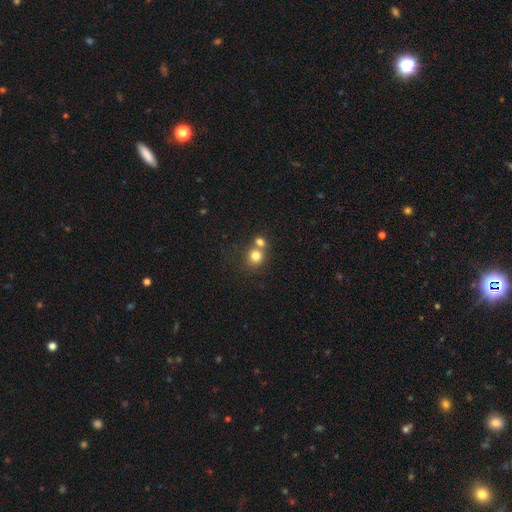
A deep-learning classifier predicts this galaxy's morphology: Smooth or featured? Predicted: smooth (p=0.79). How rounded? Predicted: round (p=0.83). Merging? Predicted: none (p=0.46).